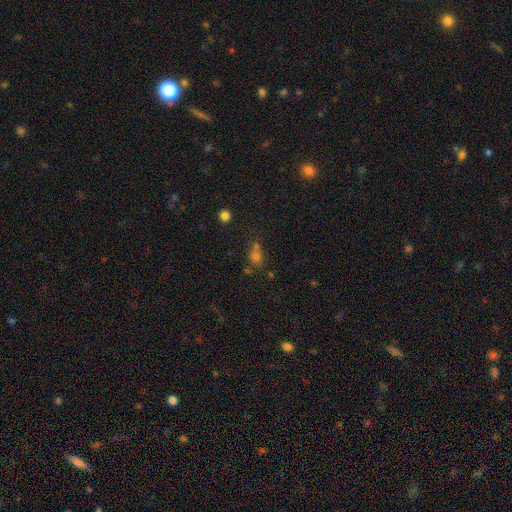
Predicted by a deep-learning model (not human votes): The model was most divided on "merging": none: 50%, merger: 33%, minor disturbance: 11%, major disturbance: 6%. More confident: how rounded — round (71%); smooth or featured — smooth (57%).